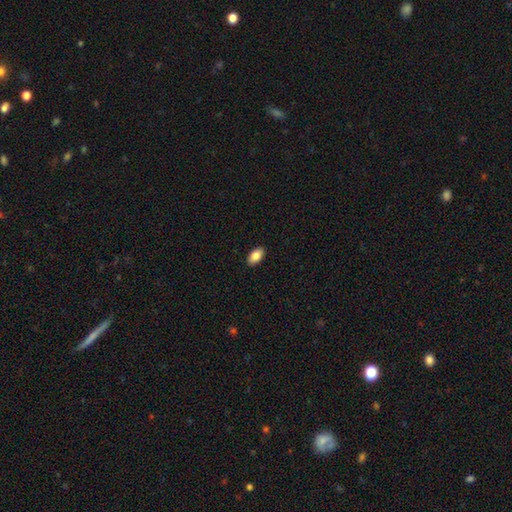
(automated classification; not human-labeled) This appears to be a smooth galaxy with no disk features (85%) that is in between round and cigar-shaped (93%). Merging: none (90%).